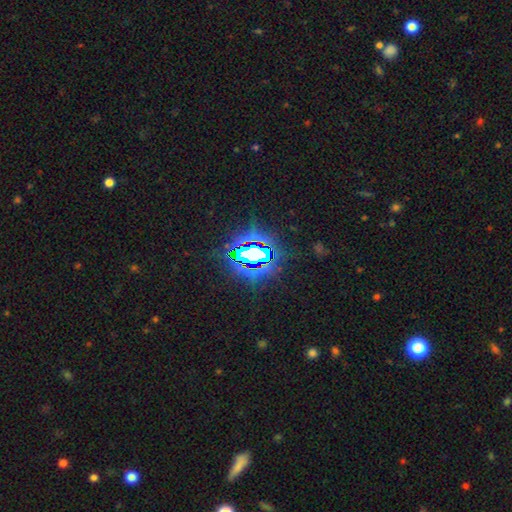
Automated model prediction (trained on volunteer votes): smooth-or-featured: star or artifact: 82% | smooth: 10% | featured or disk: 7%